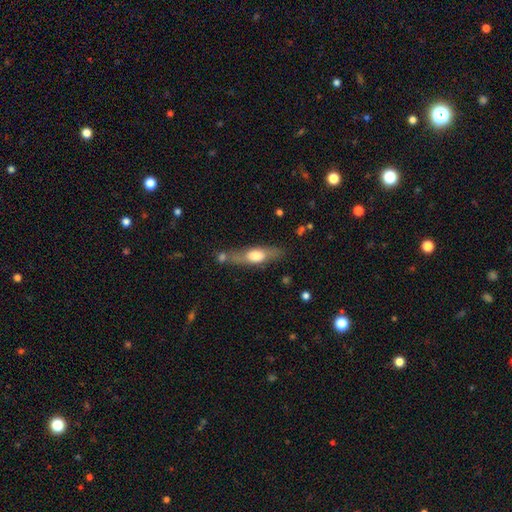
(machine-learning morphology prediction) Smooth or featured? Predicted: smooth (p=0.50). Merging? Predicted: none (p=0.62).